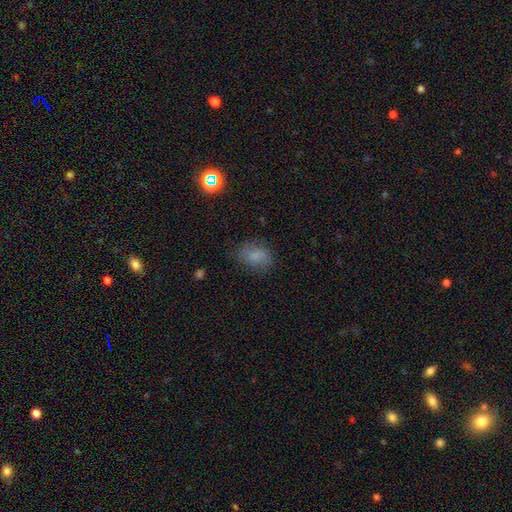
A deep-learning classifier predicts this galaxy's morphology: smooth-or-featured: smooth: 78% | star or artifact: 12% | featured or disk: 10%
  how-rounded: in between: 66% | round: 32% | cigar-shaped: 1%
  merging: none: 72% | minor disturbance: 20% | major disturbance: 7% | merger: 1%